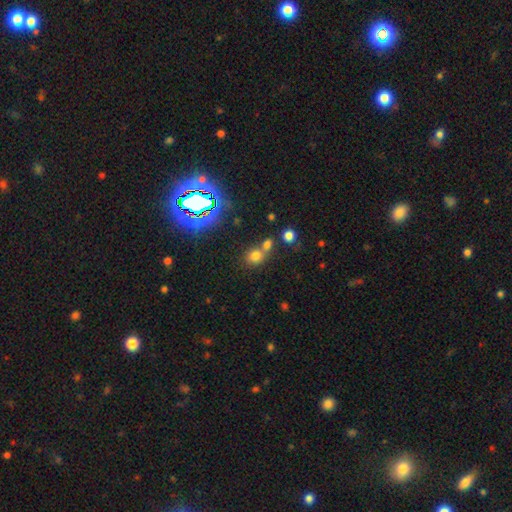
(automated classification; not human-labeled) The model was most divided on "merging": none: 49%, merger: 39%, minor disturbance: 8%, major disturbance: 4%. More confident: how rounded — round (72%); smooth or featured — smooth (69%).